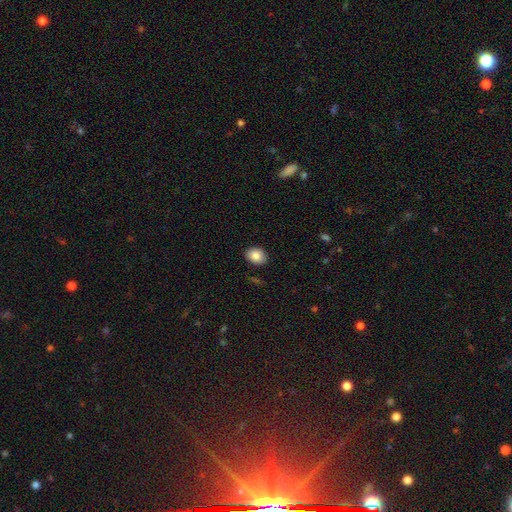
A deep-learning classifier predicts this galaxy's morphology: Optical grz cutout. It shows a smooth galaxy with no disk features (85%) that is in between round and cigar-shaped (68%). Merging: none (88%).